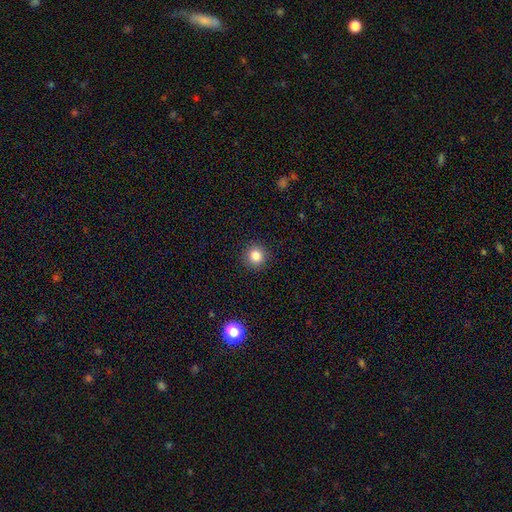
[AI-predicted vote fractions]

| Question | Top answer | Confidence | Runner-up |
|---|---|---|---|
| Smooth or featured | smooth | 84% | star or artifact (11%) |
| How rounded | round | 93% | in between (6%) |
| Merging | none | 91% | minor disturbance (6%) |